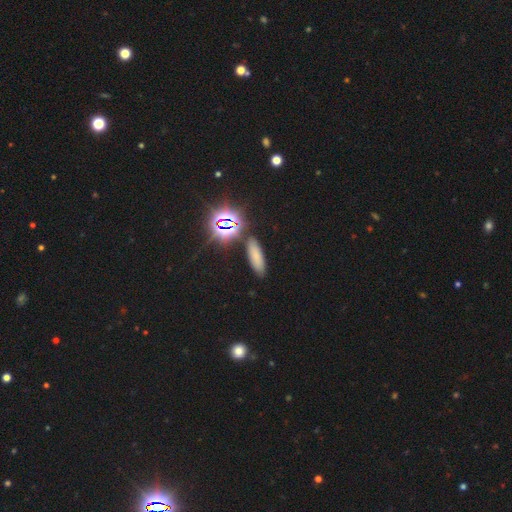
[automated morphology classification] Overall: smooth (64%; star or artifact 27%). How rounded: in between (50%; cigar-shaped 44%). Merging: none (86%).